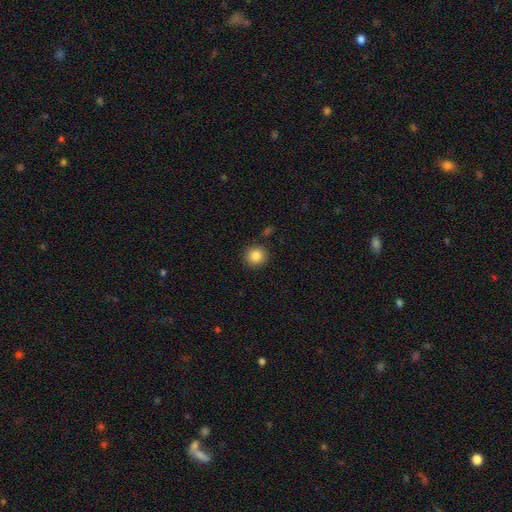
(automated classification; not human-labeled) A smooth galaxy with no disk features (85%) that is round (92%). Merging: none (89%).